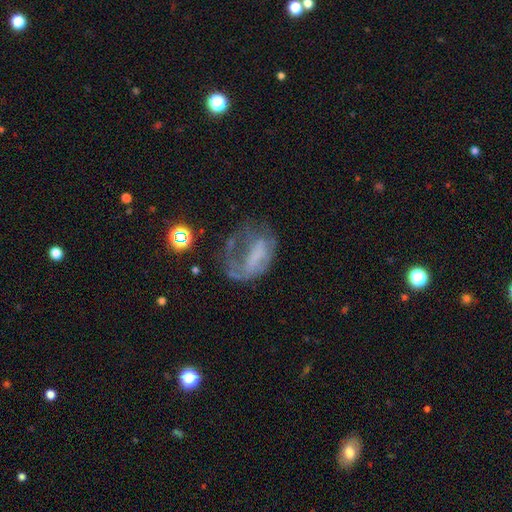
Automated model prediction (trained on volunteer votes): This is possibly a featured or disk galaxy (54%). It is clearly not viewed edge-on (95%). Bar: possibly no (59%). Spiral arm pattern: likely no (60%). Central bulge: likely none (63%). Merging: possibly major disturbance (47%).